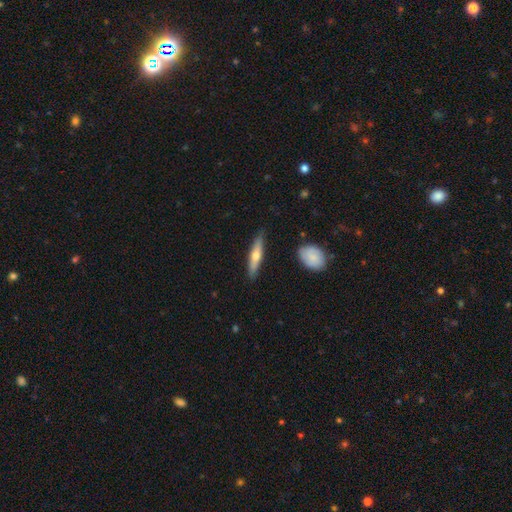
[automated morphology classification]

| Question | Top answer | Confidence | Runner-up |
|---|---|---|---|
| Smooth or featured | smooth | 50% | featured or disk (45%) |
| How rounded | cigar-shaped | 80% | in between (18%) |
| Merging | none | 85% | minor disturbance (11%) |